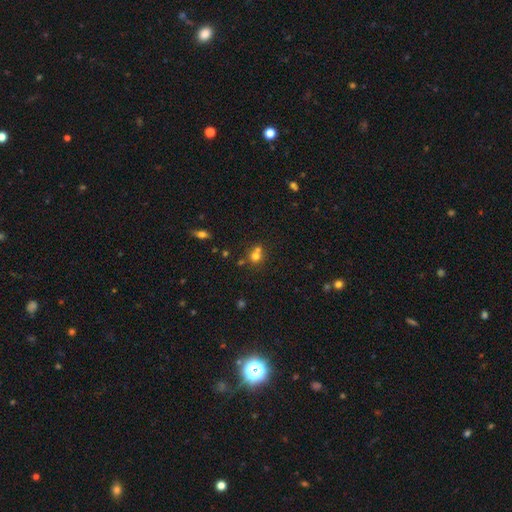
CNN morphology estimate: Smooth or featured? smooth (68%)
How rounded? round (83%)
Merging? none (45%)